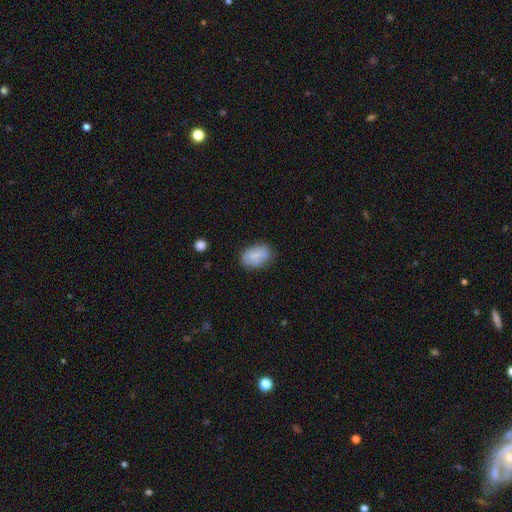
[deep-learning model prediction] Smooth or featured? Predicted: smooth (p=0.82). How rounded? Predicted: in between (p=0.89). Merging? Predicted: none (p=0.74).